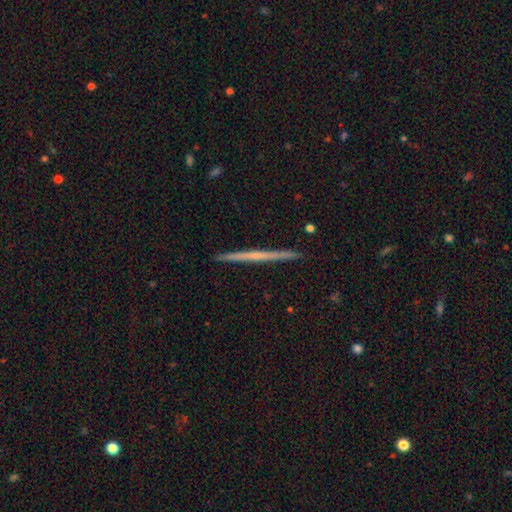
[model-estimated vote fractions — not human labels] Smooth or featured?
  - featured or disk: 66% *
  - smooth: 28%
  - star or artifact: 6%
Edge-on disk?
  - yes: 98% *
  - no: 2%
Edge-on bulge?
  - none: 73% *
  - rounded: 22%
  - boxy: 5%
Merging?
  - none: 93% *
  - minor disturbance: 5%
  - major disturbance: 1%
  - merger: 1%